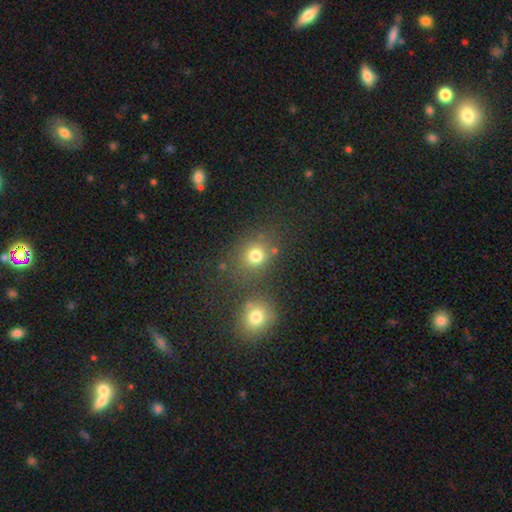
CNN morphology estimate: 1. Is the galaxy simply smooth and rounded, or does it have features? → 74% smooth, 18% star or artifact, 8% featured or disk.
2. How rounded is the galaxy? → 75% round, 24% in between, 1% cigar-shaped.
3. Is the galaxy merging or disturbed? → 62% none, 22% merger, 10% minor disturbance, 5% major disturbance.